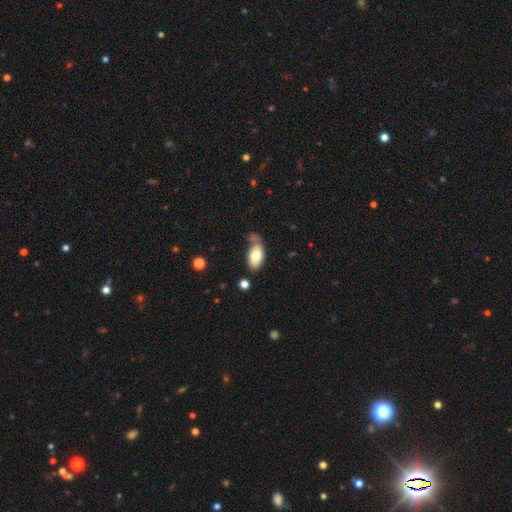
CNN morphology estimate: smooth-or-featured: smooth: 75% | featured or disk: 18% | star or artifact: 7%
  how-rounded: in between: 93% | round: 4% | cigar-shaped: 3%
  merging: none: 43% | minor disturbance: 28% | merger: 16% | major disturbance: 13%